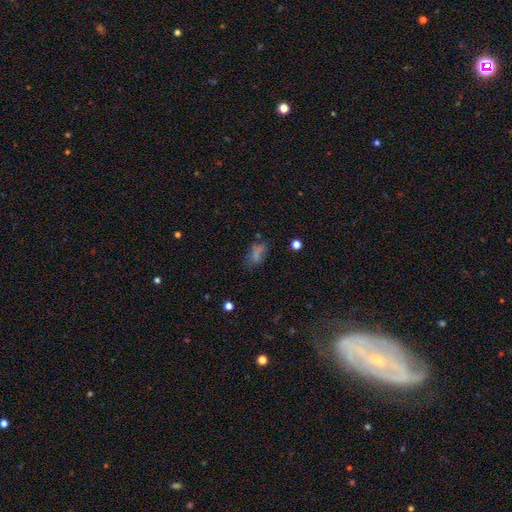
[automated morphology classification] smooth-or-featured: smooth: 61% | star or artifact: 24% | featured or disk: 15%
  how-rounded: in between: 81% | round: 11% | cigar-shaped: 8%
  merging: none: 58% | minor disturbance: 22% | major disturbance: 14% | merger: 6%